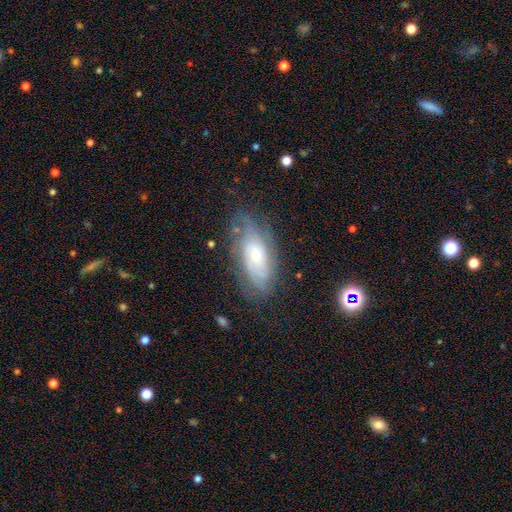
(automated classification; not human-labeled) This is likely a featured or disk galaxy (66%). It is clearly not viewed edge-on (88%). Bar: likely no (78%). Spiral arm pattern: likely yes (80%). Central bulge: possibly small (53%). Merging: likely none (69%).